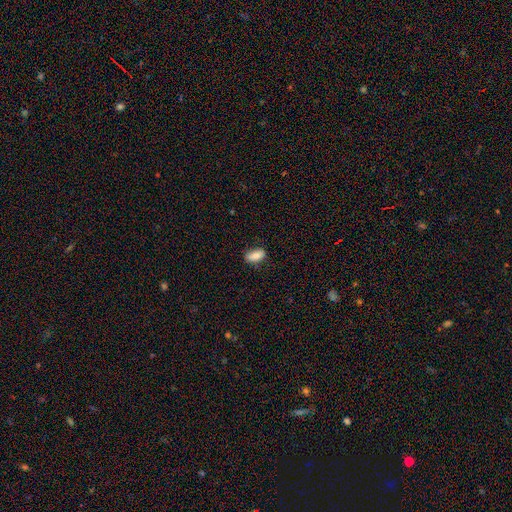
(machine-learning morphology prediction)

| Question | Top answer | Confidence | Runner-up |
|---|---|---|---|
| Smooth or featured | smooth | 84% | featured or disk (9%) |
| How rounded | in between | 86% | cigar-shaped (10%) |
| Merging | none | 80% | minor disturbance (16%) |